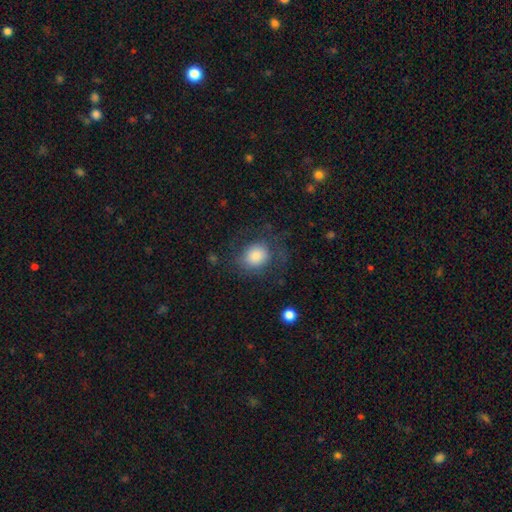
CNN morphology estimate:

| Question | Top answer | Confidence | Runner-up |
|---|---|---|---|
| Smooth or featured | smooth | 74% | featured or disk (17%) |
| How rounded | round | 65% | in between (34%) |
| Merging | none | 62% | minor disturbance (19%) |